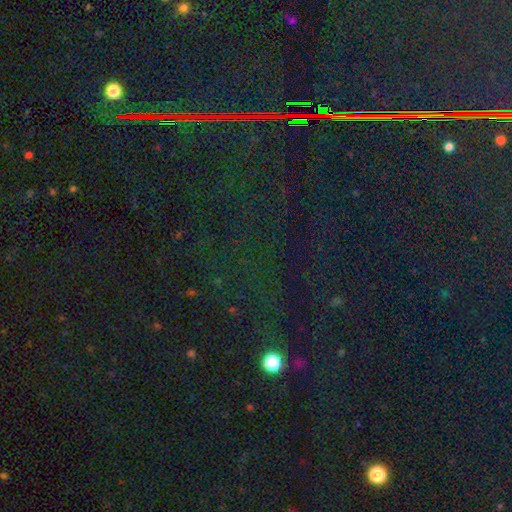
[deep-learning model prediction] The model was most divided on "smooth or featured": star or artifact: 84%, smooth: 10%, featured or disk: 6%.